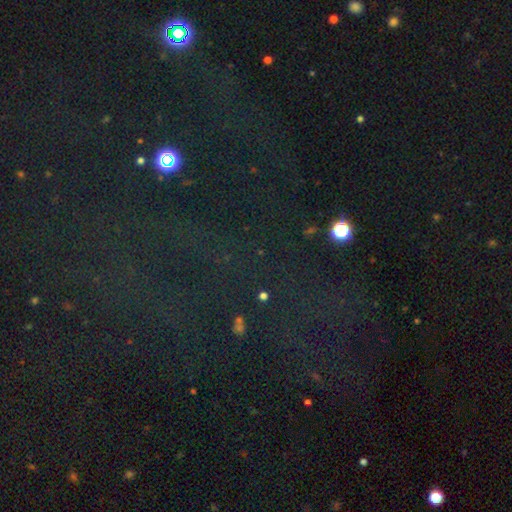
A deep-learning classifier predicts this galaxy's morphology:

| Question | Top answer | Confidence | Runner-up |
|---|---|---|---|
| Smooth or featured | star or artifact | 74% | smooth (15%) |